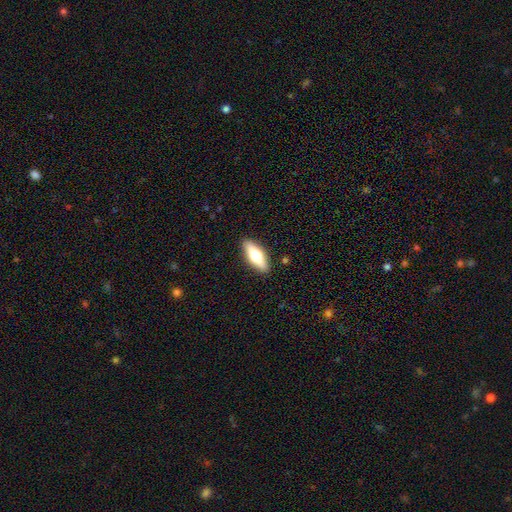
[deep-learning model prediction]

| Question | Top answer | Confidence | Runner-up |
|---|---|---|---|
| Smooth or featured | smooth | 58% | featured or disk (36%) |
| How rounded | in between | 67% | cigar-shaped (31%) |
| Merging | none | 89% | minor disturbance (8%) |